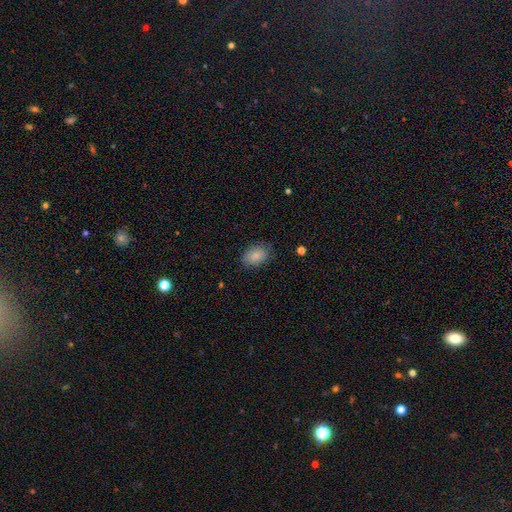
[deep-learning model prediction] The model was most divided on "merging": none: 76%, minor disturbance: 18%, major disturbance: 5%, merger: 1%. More confident: smooth or featured — smooth (84%); how rounded — in between (82%).